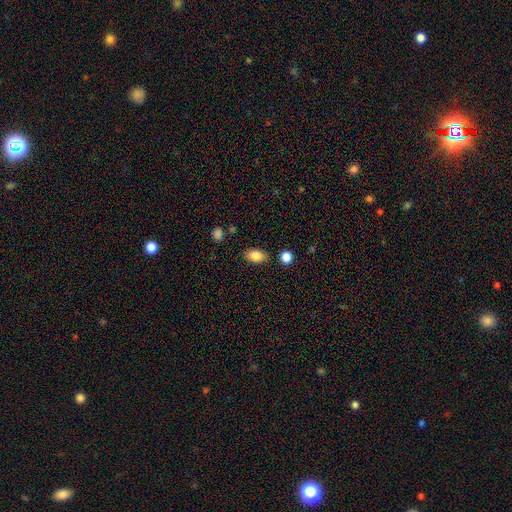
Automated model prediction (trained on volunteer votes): smooth 84%, featured or disk 8%, star or artifact 8%. Down the decision tree: how rounded — in between (88%); merging — none (84%).